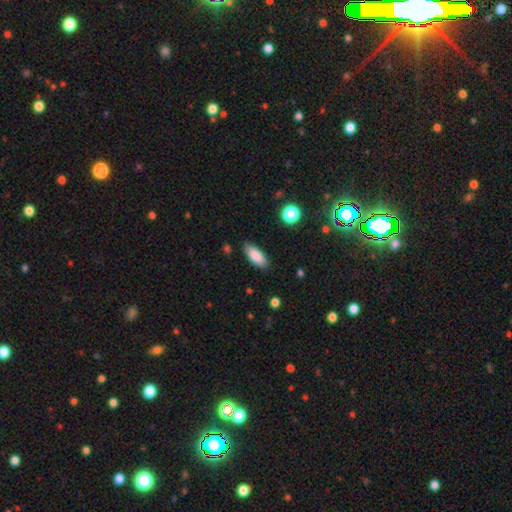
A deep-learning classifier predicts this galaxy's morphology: Smooth or featured? Predicted: smooth (p=0.86). How rounded? Predicted: in between (p=0.81). Merging? Predicted: none (p=0.86).